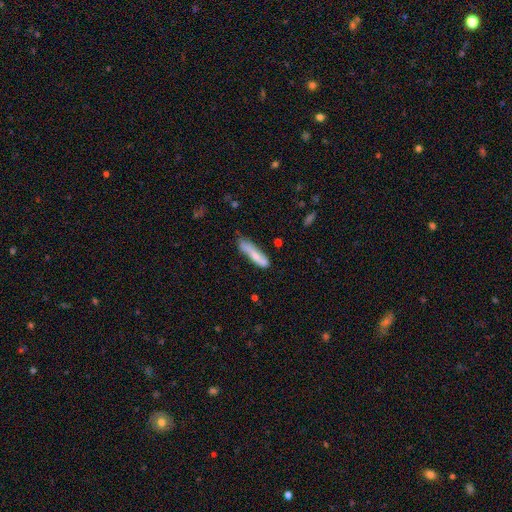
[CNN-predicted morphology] Smooth or featured?
  - smooth: 61% *
  - featured or disk: 33%
  - star or artifact: 6%
How rounded?
  - cigar-shaped: 80% *
  - in between: 18%
  - round: 2%
Merging?
  - none: 65% *
  - minor disturbance: 25%
  - major disturbance: 6%
  - merger: 4%